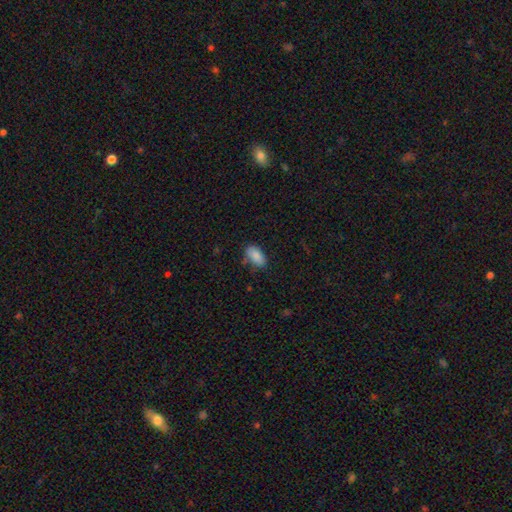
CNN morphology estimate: Q: Smooth or featured?
A: smooth (88%); runner-up: star or artifact (7%)
Q: How rounded?
A: in between (93%); runner-up: cigar-shaped (4%)
Q: Merging?
A: none (73%); runner-up: minor disturbance (20%)